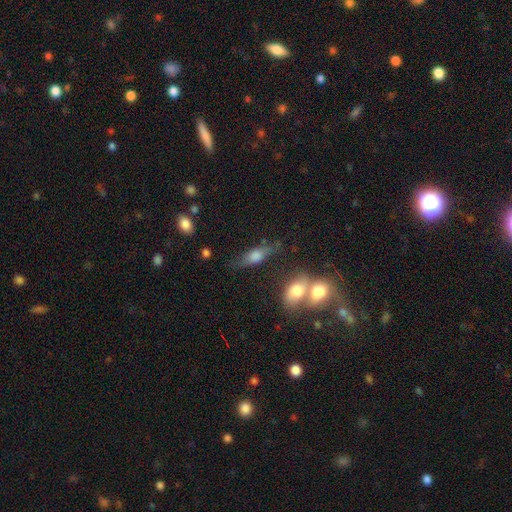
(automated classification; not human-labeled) smooth-or-featured: smooth: 55% | featured or disk: 35% | star or artifact: 9%
  how-rounded: in between: 61% | cigar-shaped: 31% | round: 8%
  merging: none: 61% | minor disturbance: 20% | merger: 12% | major disturbance: 8%